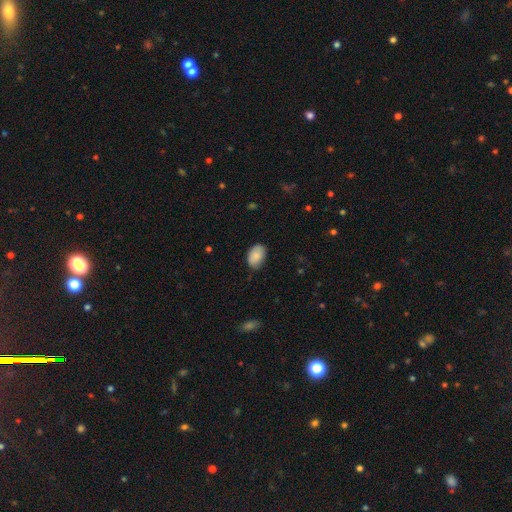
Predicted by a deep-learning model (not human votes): Smooth or featured?
  - smooth: 86% *
  - featured or disk: 8%
  - star or artifact: 6%
How rounded?
  - in between: 87% *
  - round: 12%
  - cigar-shaped: 1%
Merging?
  - none: 78% *
  - minor disturbance: 18%
  - major disturbance: 3%
  - merger: 1%